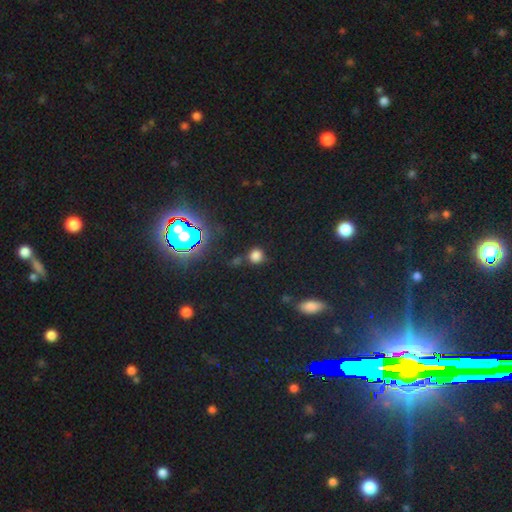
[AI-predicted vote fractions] smooth-or-featured: smooth: 71% | star or artifact: 24% | featured or disk: 5%
  how-rounded: round: 87% | in between: 11% | cigar-shaped: 1%
  merging: none: 75% | minor disturbance: 12% | merger: 7% | major disturbance: 5%